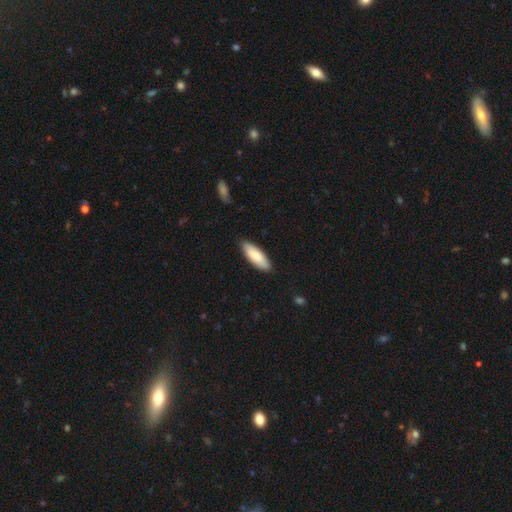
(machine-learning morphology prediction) This is likely a smooth galaxy (78%). How rounded: likely in between (63%). Merging: clearly none (87%).